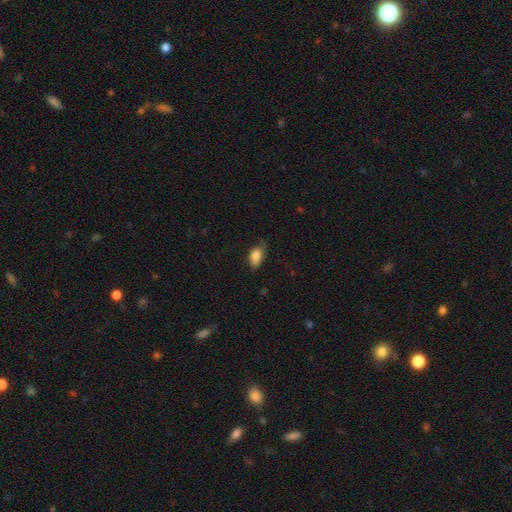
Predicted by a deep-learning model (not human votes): The model was most divided on "merging": none: 59%, minor disturbance: 31%, major disturbance: 8%, merger: 1%. More confident: how rounded — in between (90%); smooth or featured — smooth (82%).